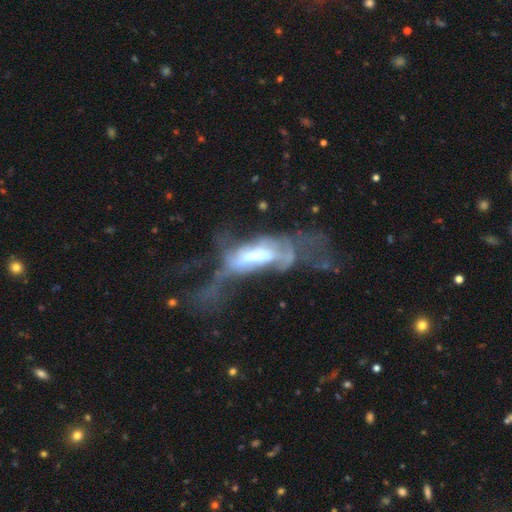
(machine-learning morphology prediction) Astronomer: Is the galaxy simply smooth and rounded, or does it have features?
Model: featured or disk — 67%.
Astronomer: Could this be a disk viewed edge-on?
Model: no — 75%.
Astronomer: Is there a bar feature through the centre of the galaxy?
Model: no — 40% (runner-up: strong, 31%).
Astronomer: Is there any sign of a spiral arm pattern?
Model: no — 62% (runner-up: yes, 38%).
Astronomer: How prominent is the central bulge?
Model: moderate — 47% (runner-up: large, 24%).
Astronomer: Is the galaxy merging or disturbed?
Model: major disturbance — 58%.